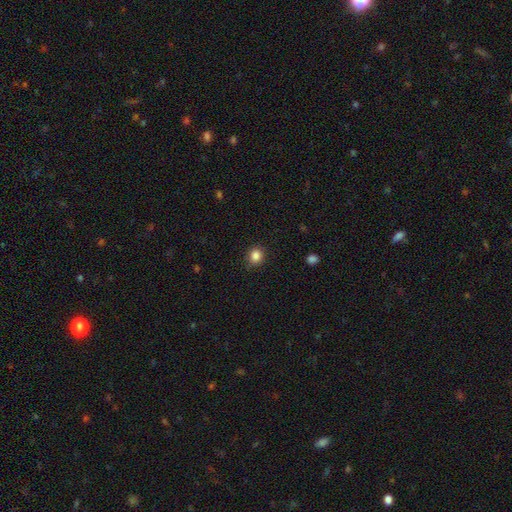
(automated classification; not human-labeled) Smooth or featured?
  - smooth: 86% *
  - star or artifact: 11%
  - featured or disk: 4%
How rounded?
  - round: 82% *
  - in between: 17%
  - cigar-shaped: 1%
Merging?
  - none: 86% *
  - minor disturbance: 10%
  - major disturbance: 3%
  - merger: 1%